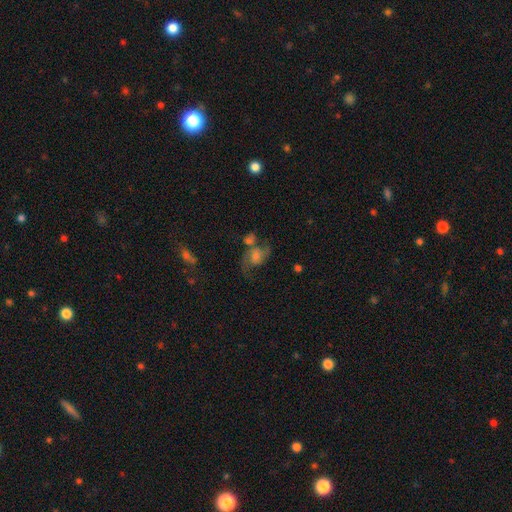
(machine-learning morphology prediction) featured or disk 64%, smooth 23%, star or artifact 13%. Down the decision tree: edge-on disk — no (97%); bar — no (62%); spiral arms — yes (88%); spiral arm count — 2 (84%); spiral winding — loose (50%); bulge size — moderate (40%); merging — none (44%).